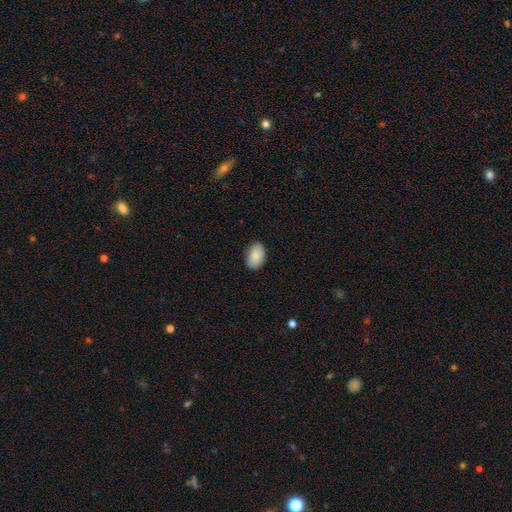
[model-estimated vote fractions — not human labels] The model was most divided on "merging": none: 86%, minor disturbance: 11%, major disturbance: 2%, merger: 1%. More confident: how rounded — in between (90%); smooth or featured — smooth (88%).